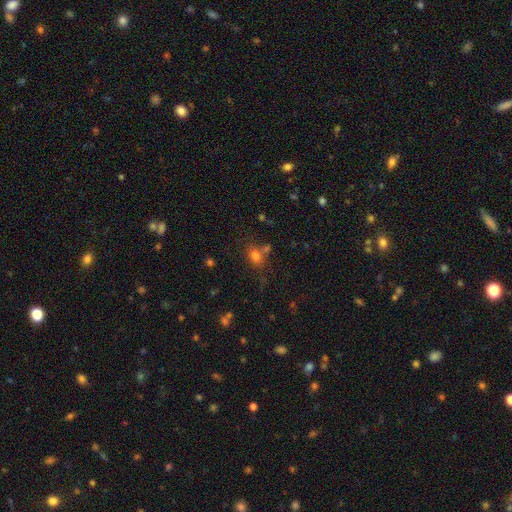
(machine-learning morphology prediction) This appears to be a smooth galaxy with no disk features (75%) that is round (49%, tied with in between). Merging: none (61%).